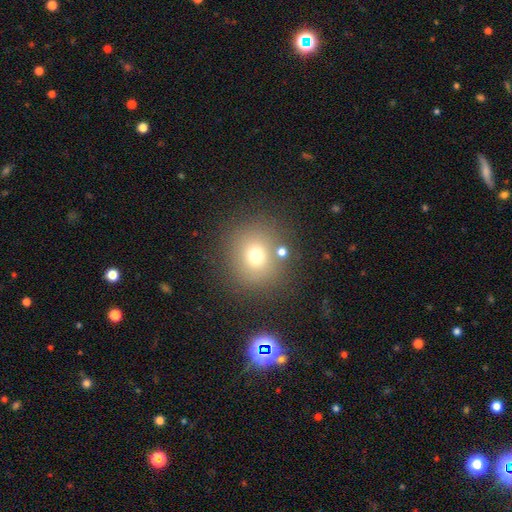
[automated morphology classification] smooth_or_featured: smooth (p=0.70) [alt: star or artifact p=0.18]
how_rounded: round (p=0.89) [alt: in between p=0.10]
merging: none (p=0.79) [alt: minor disturbance p=0.09]